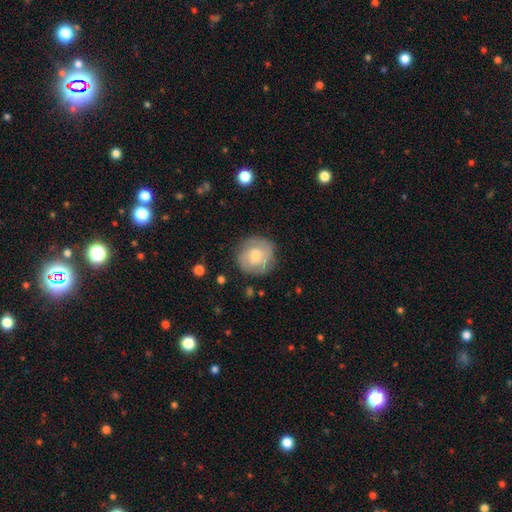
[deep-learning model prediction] The model was most divided on "smooth or featured": featured or disk: 50%, smooth: 43%, star or artifact: 7%. More confident: merging — none (81%).